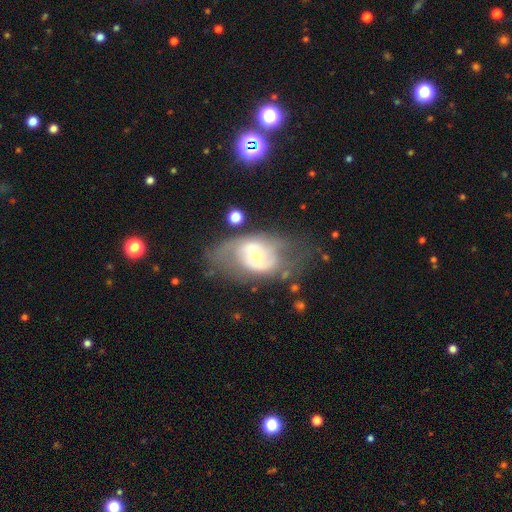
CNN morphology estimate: featured or disk 65%, smooth 28%, star or artifact 7%. Down the decision tree: edge-on disk — no (94%); bar — no (64%); spiral arms — yes (64%); bulge size — small (50%); merging — none (47%).